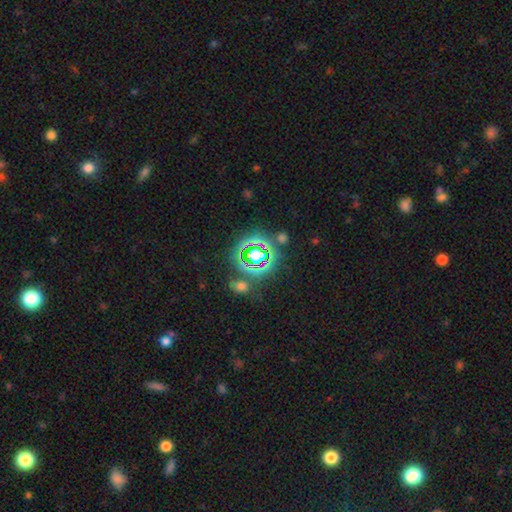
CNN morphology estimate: star or artifact 65%, smooth 24%, featured or disk 11%.